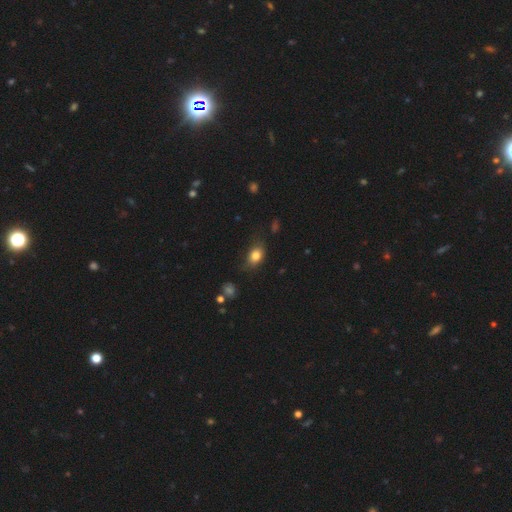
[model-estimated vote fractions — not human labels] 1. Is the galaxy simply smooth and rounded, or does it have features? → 82% smooth, 10% star or artifact, 8% featured or disk.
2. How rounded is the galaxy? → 74% in between, 24% round, 2% cigar-shaped.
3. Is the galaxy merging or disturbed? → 69% none, 23% minor disturbance, 6% major disturbance, 2% merger.